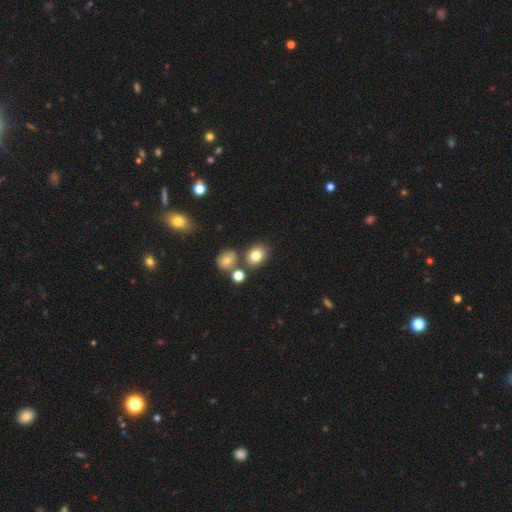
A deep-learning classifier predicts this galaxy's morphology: Smooth or featured? smooth (78%)
How rounded? round (51%)
Merging? none (68%)